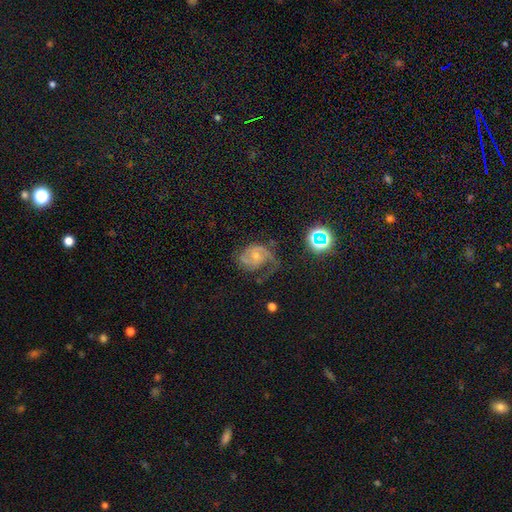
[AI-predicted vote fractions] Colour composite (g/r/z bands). It shows a featured or disk galaxy (81%) with no bar (66%), 2 (69%) medium (50%) spiral arms (96%) and a small central bulge (58%). Merging: none (47%).